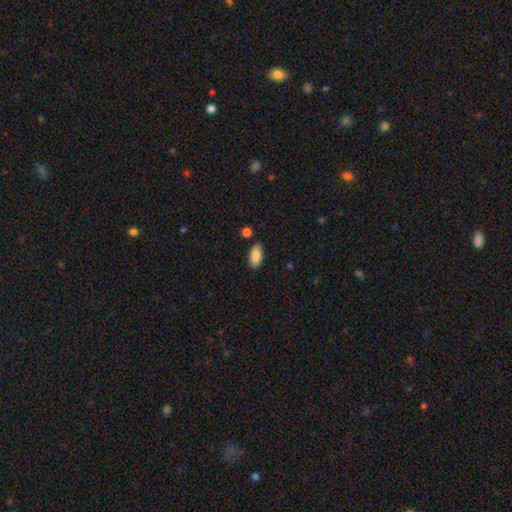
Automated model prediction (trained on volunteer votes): smooth_or_featured: smooth (p=0.85) [alt: featured or disk p=0.08]
how_rounded: in between (p=0.92) [alt: cigar-shaped p=0.05]
merging: none (p=0.82) [alt: minor disturbance p=0.13]